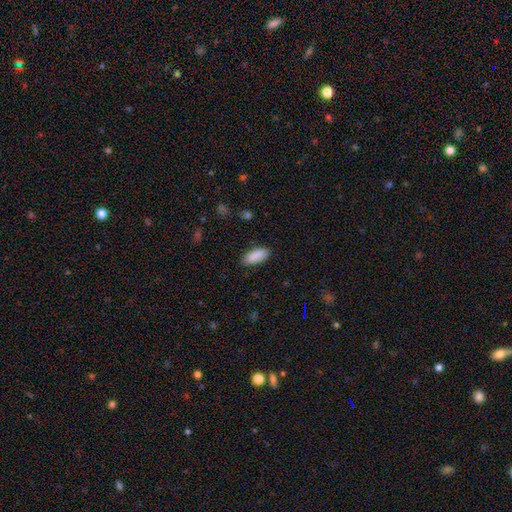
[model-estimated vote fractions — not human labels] Smooth or featured: smooth — 90% (star or artifact — 6%)
How rounded: in between — 87% (cigar-shaped — 11%)
Merging: none — 85% (minor disturbance — 12%)